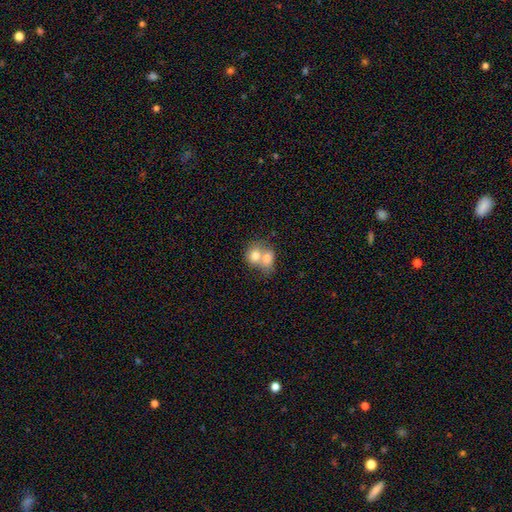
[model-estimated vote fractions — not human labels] Morphology: type=smooth (72%); roundness=round (60%); merging=merger (76%).